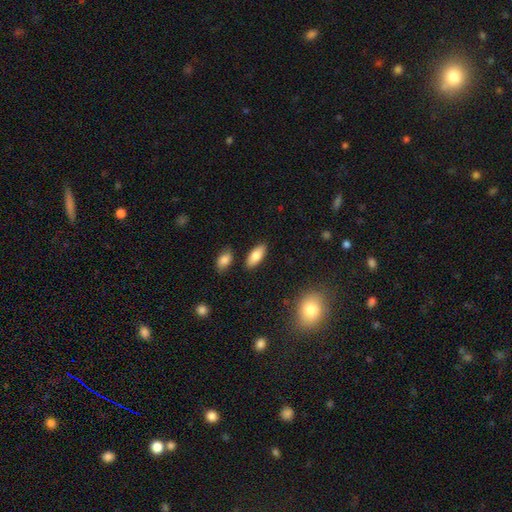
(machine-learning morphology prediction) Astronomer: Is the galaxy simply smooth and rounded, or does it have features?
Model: smooth — 82%.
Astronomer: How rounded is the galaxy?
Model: in between — 85%.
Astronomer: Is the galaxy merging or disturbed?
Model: none — 86%.